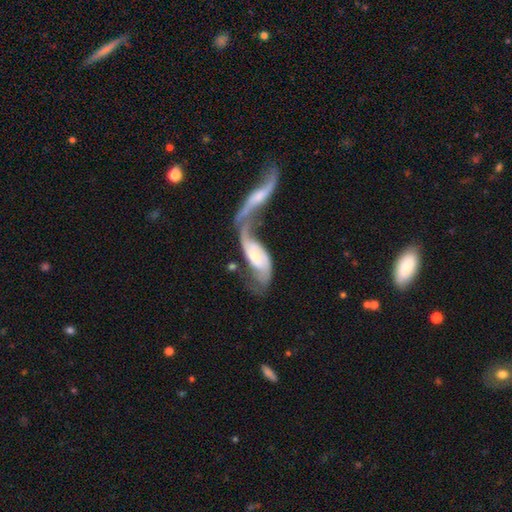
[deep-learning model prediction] smooth_or_featured: featured or disk (p=0.76) [alt: smooth p=0.19]
disk_edge_on: no (p=0.88) [alt: yes p=0.12]
bar: no (p=0.56) [alt: weak p=0.32]
has_spiral_arms: yes (p=0.85) [alt: no p=0.15]
spiral_winding: loose (p=0.65) [alt: medium p=0.24]
spiral_arm_count: 2 (p=0.78) [alt: can't tell p=0.10]
bulge_size: small (p=0.47) [alt: moderate p=0.45]
merging: merger (p=0.71) [alt: none p=0.12]